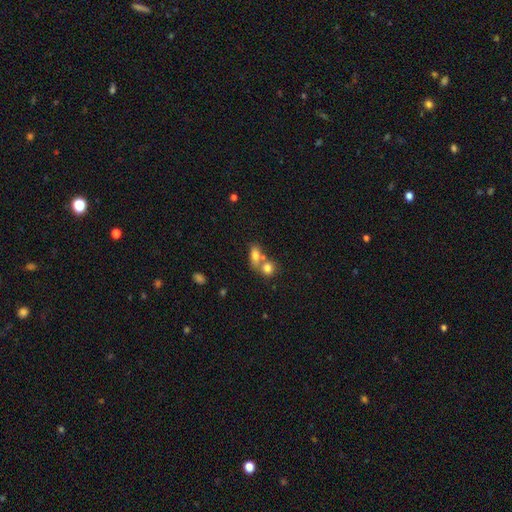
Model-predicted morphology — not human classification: This appears to be a smooth galaxy with no disk features (76%) that is in between round and cigar-shaped (75%). Merging: merger (55%).